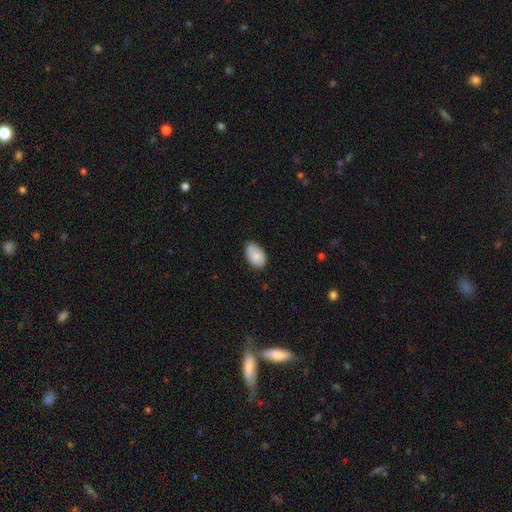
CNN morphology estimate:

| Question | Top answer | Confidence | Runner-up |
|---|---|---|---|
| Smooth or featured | smooth | 78% | featured or disk (14%) |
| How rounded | in between | 90% | round (9%) |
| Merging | none | 59% | minor disturbance (30%) |